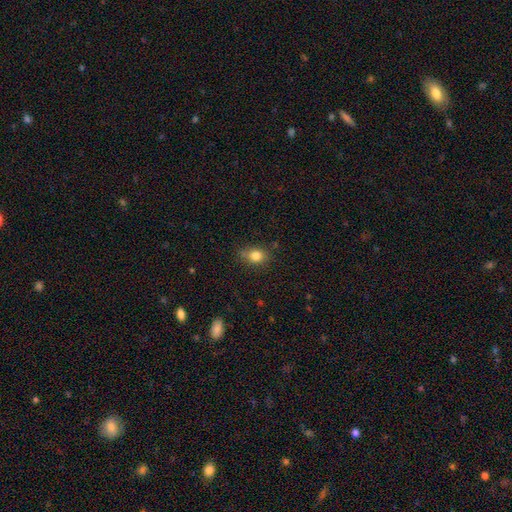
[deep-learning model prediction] A smooth galaxy with no disk features (82%) that is in between round and cigar-shaped (51%). Merging: none (72%).